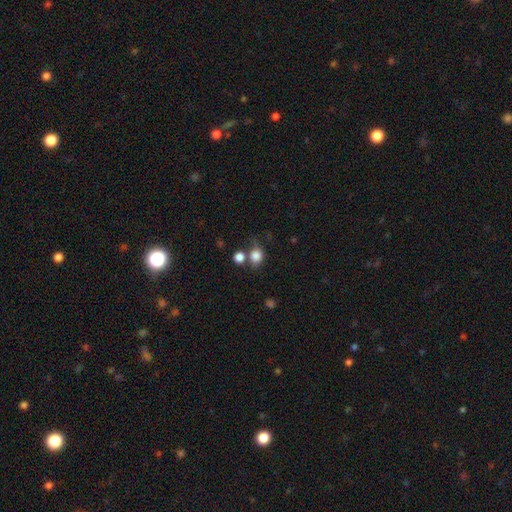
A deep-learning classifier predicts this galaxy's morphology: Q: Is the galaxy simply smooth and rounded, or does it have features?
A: smooth — 83%.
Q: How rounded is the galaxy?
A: round — 73%.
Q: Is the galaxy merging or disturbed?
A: none — 55%.